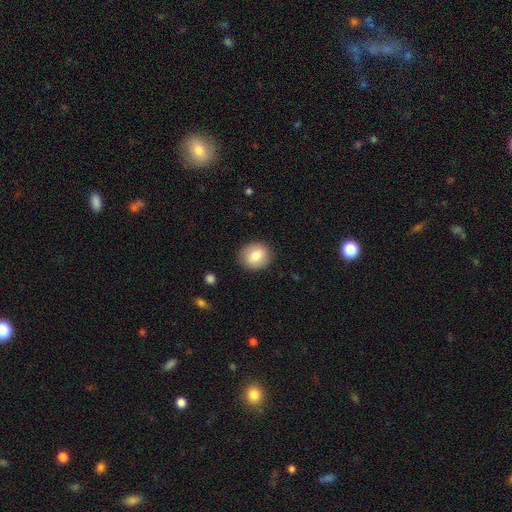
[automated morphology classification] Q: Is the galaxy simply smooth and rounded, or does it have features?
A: smooth — 78%.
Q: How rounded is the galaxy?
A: round — 68%.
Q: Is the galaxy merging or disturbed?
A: none — 88%.